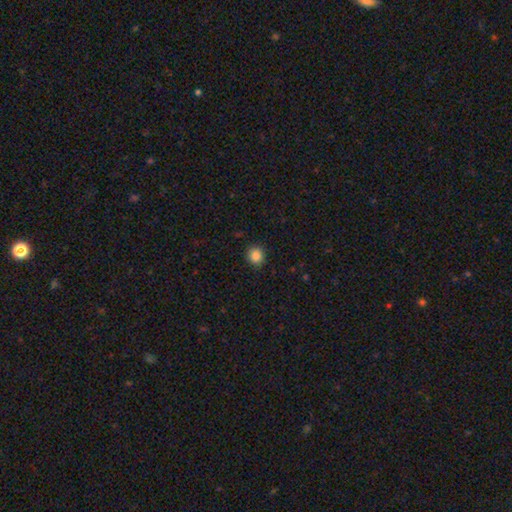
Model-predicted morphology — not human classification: This appears to be a smooth galaxy with no disk features (86%) that is round (88%). Merging: none (90%).